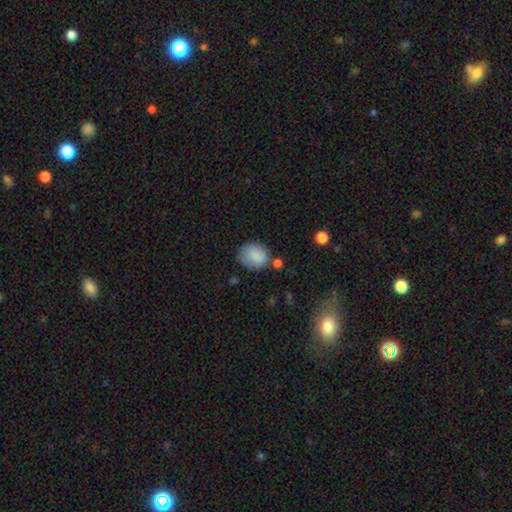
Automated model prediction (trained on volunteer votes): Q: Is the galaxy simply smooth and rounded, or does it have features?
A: smooth — 86%.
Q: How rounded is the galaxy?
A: round — 54%.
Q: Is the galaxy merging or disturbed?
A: none — 68%.